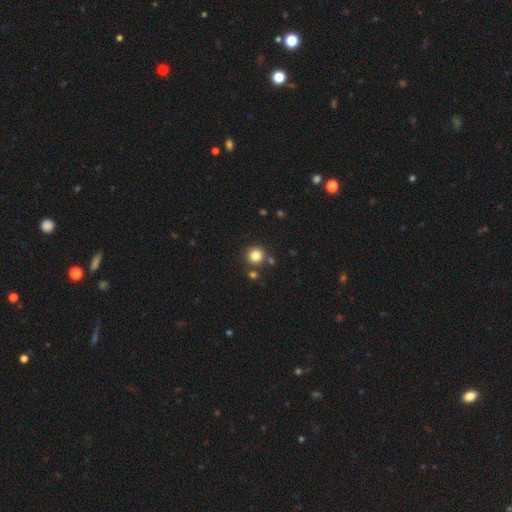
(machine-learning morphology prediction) type=smooth (82%); roundness=round (94%); merging=none (82%).